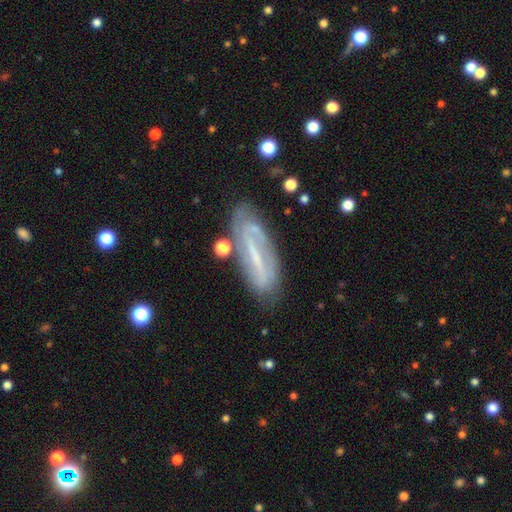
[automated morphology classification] type=featured or disk (71%); edge-on=no (76%); bar=strong (64%); spiral arms=yes (69%); bulge=small (50%); merging=none (71%).